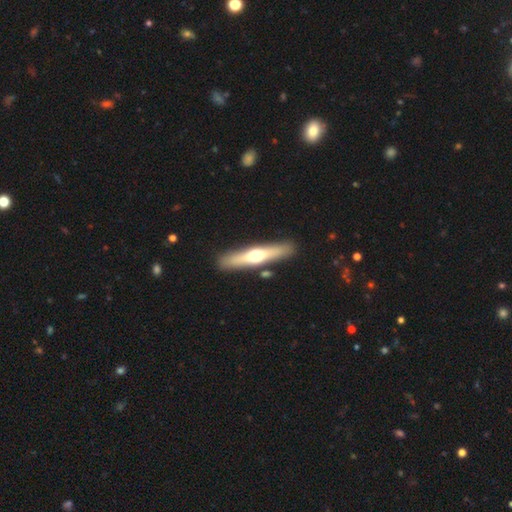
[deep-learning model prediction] Overall: featured or disk (55%; smooth 40%). Edge-on disk: yes (91%). Edge-on bulge: rounded (93%). Merging: none (87%).